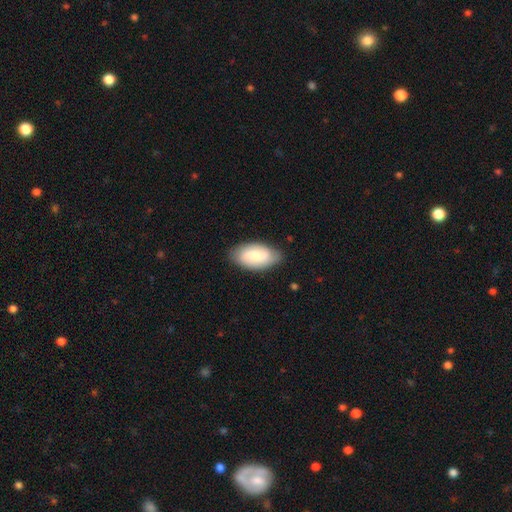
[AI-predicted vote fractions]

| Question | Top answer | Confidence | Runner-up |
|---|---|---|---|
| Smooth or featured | smooth | 66% | featured or disk (28%) |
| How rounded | in between | 94% | cigar-shaped (4%) |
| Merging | none | 79% | minor disturbance (16%) |